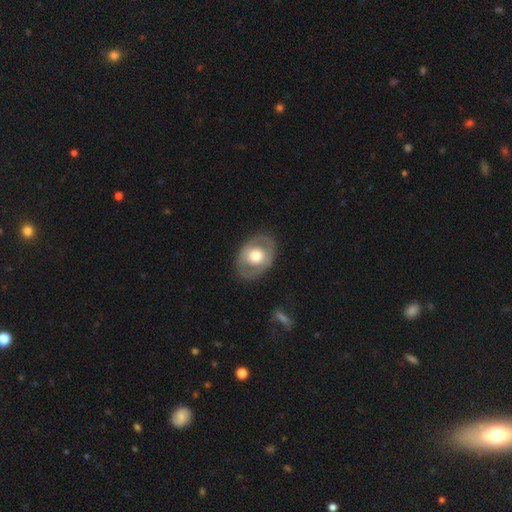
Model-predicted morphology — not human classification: smooth_or_featured: featured or disk (p=0.50) [alt: smooth p=0.45]
merging: none (p=0.81) [alt: minor disturbance p=0.12]